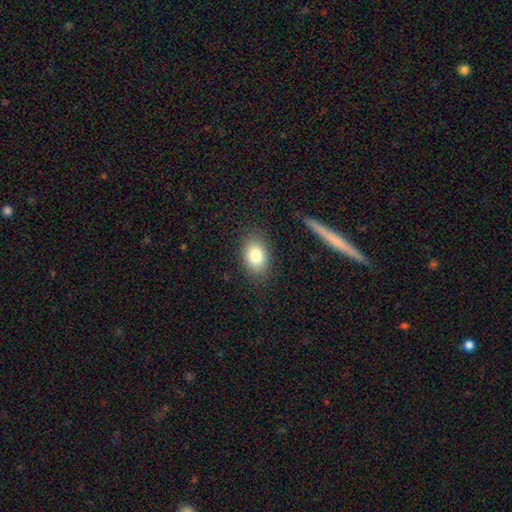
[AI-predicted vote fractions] Smooth or featured? smooth (81%)
How rounded? in between (77%)
Merging? none (84%)